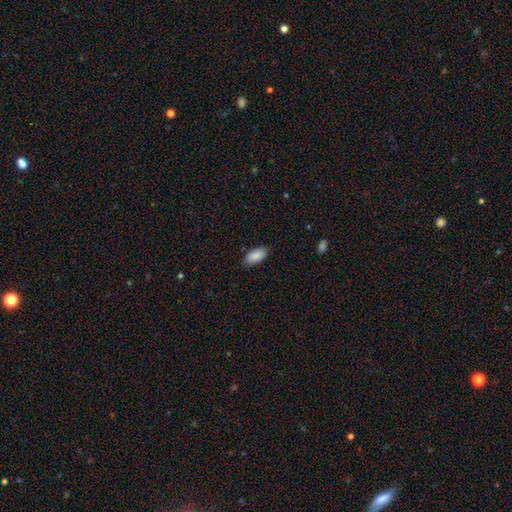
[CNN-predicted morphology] smooth 89%, star or artifact 6%, featured or disk 4%. Down the decision tree: how rounded — in between (93%); merging — none (85%).